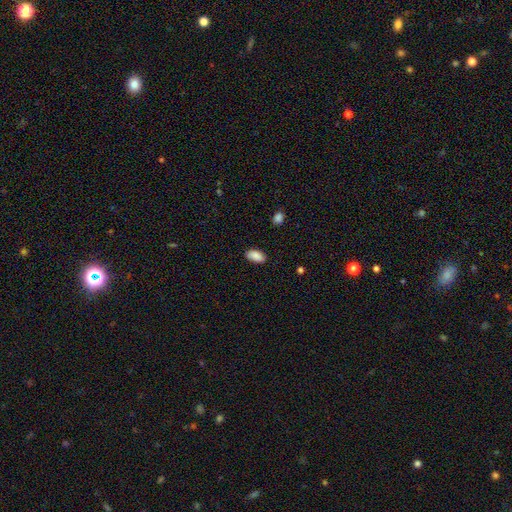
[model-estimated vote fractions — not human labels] Smooth or featured? smooth (89%)
How rounded? in between (93%)
Merging? none (84%)